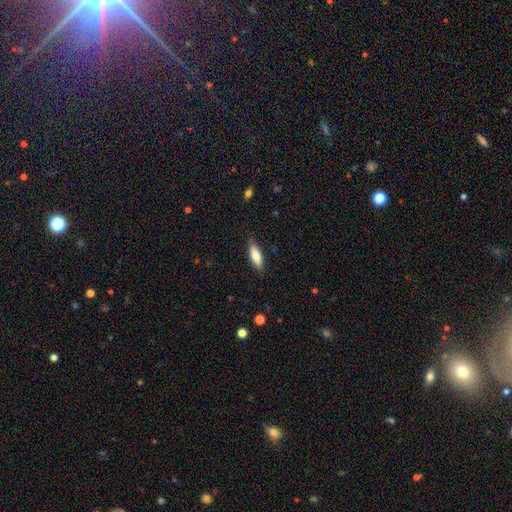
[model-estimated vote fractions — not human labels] A smooth galaxy with no disk features (81%) that is in between round and cigar-shaped (60%). Merging: none (84%).